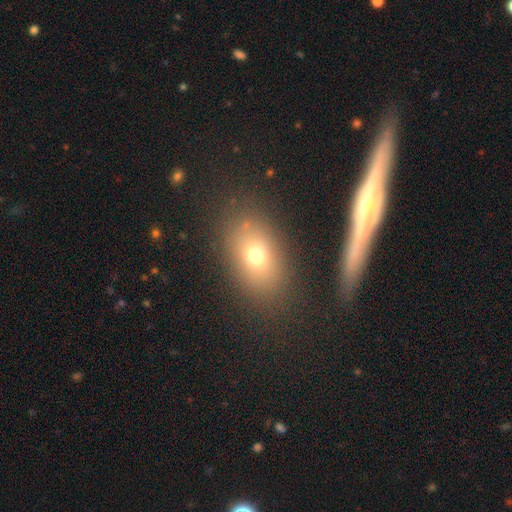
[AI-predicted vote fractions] This appears to be a smooth galaxy with no disk features (71%) that is in between round and cigar-shaped (76%). Merging: none (78%).